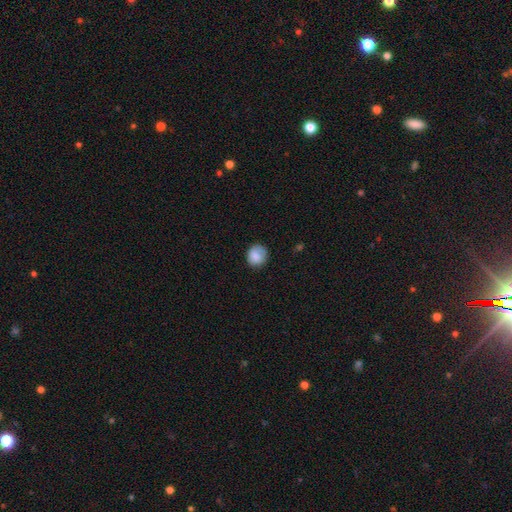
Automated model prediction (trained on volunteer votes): smooth-or-featured: smooth: 83% | featured or disk: 9% | star or artifact: 8%
  how-rounded: round: 83% | in between: 16% | cigar-shaped: 1%
  merging: none: 75% | minor disturbance: 19% | major disturbance: 5% | merger: 1%